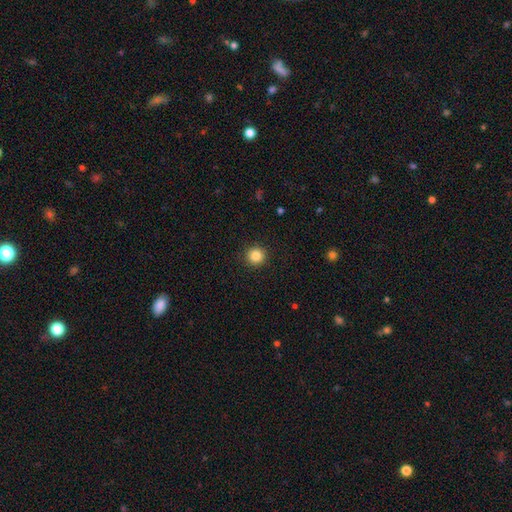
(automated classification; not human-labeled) Smooth or featured?
  - smooth: 84% *
  - star or artifact: 11%
  - featured or disk: 5%
How rounded?
  - round: 95% *
  - in between: 4%
  - cigar-shaped: 1%
Merging?
  - none: 92% *
  - minor disturbance: 5%
  - major disturbance: 2%
  - merger: 1%